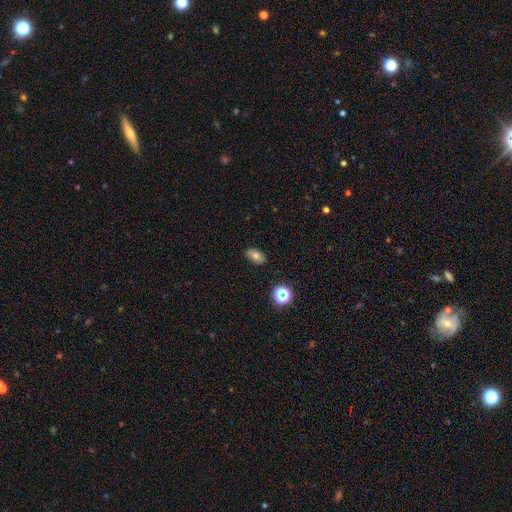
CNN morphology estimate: Q: Smooth or featured?
A: smooth (65%); runner-up: featured or disk (20%)
Q: How rounded?
A: in between (85%); runner-up: round (11%)
Q: Merging?
A: none (85%); runner-up: minor disturbance (11%)